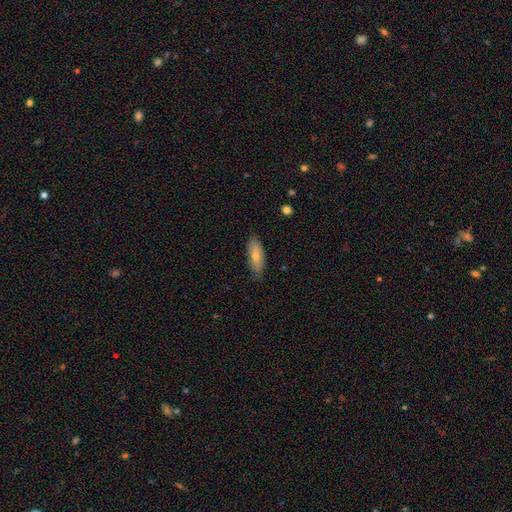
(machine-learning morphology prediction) smooth-or-featured: smooth: 61% | featured or disk: 31% | star or artifact: 7%
  how-rounded: in between: 59% | cigar-shaped: 38% | round: 3%
  merging: none: 83% | minor disturbance: 14% | major disturbance: 2% | merger: 1%